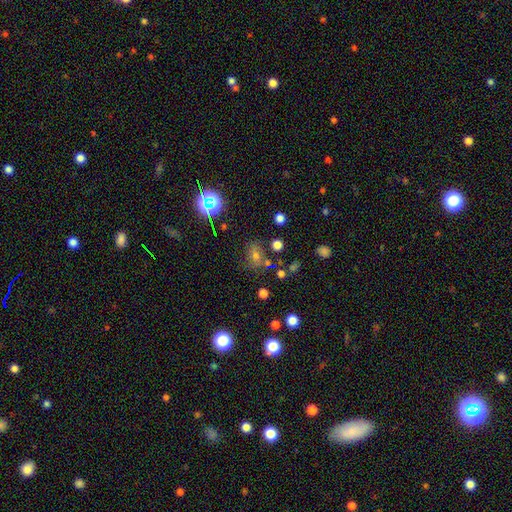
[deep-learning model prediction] smooth-or-featured: smooth: 45% | star or artifact: 37% | featured or disk: 18%
  merging: none: 68% | minor disturbance: 18% | major disturbance: 8% | merger: 6%